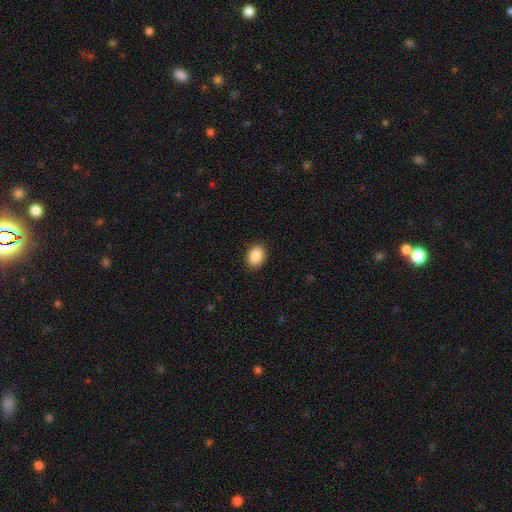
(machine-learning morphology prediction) Smooth or featured?
  - smooth: 88% *
  - star or artifact: 8%
  - featured or disk: 4%
How rounded?
  - in between: 70% *
  - round: 29%
  - cigar-shaped: 1%
Merging?
  - none: 89% *
  - minor disturbance: 8%
  - major disturbance: 2%
  - merger: 1%